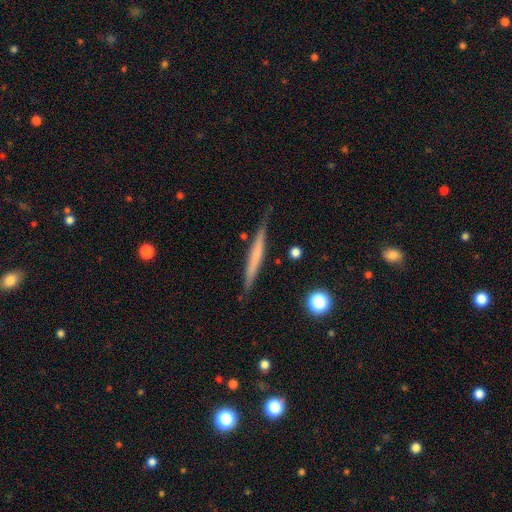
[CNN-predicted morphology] featured or disk 47%, smooth 46%, star or artifact 6%. Down the decision tree: merging — none (82%).